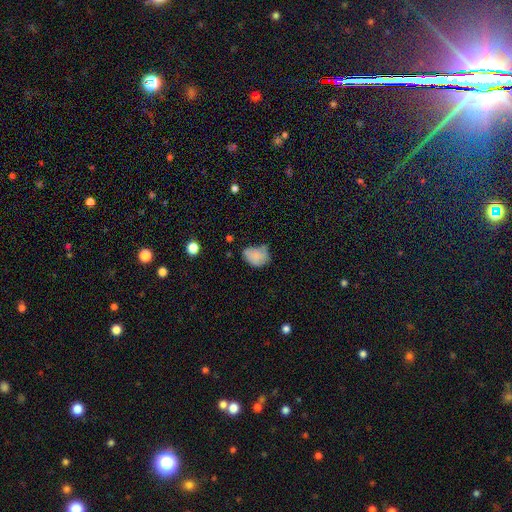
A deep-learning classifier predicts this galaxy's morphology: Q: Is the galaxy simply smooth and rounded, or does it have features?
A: smooth — 79%.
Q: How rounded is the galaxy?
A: in between — 72%.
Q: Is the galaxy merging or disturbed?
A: minor disturbance — 40%.